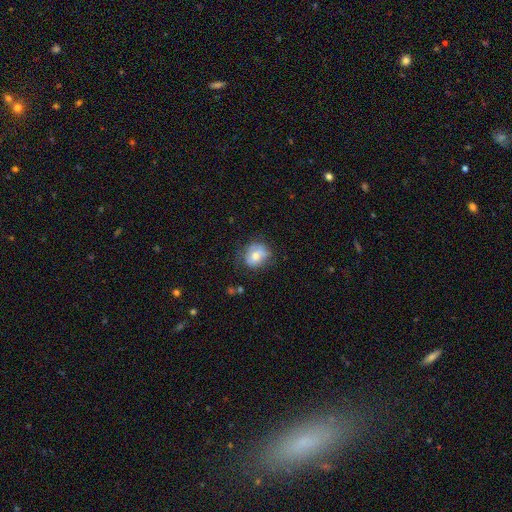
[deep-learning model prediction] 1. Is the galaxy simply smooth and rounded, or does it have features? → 64% smooth, 27% featured or disk, 9% star or artifact.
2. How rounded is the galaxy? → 67% round, 32% in between, 1% cigar-shaped.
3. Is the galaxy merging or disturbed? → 58% none, 28% minor disturbance, 12% major disturbance, 2% merger.